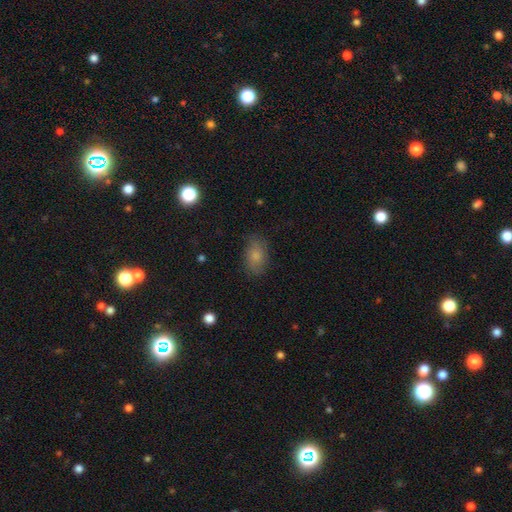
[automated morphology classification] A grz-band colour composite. It shows a smooth galaxy with no disk features (79%) that is in between round and cigar-shaped (87%). Merging: none (79%).